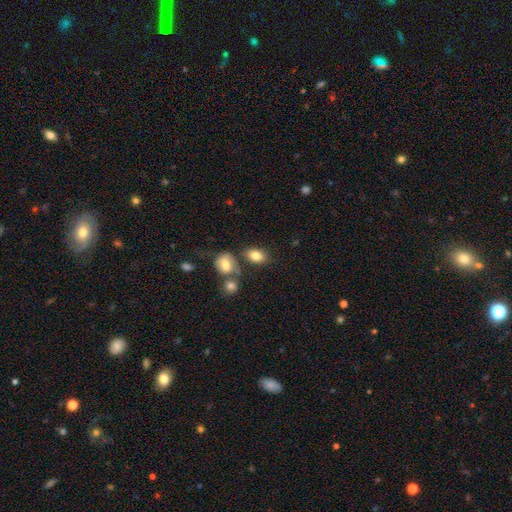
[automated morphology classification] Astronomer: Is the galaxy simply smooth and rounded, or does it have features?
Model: smooth — 82%.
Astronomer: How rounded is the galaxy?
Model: in between — 80%.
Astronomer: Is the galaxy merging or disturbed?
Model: none — 64%.